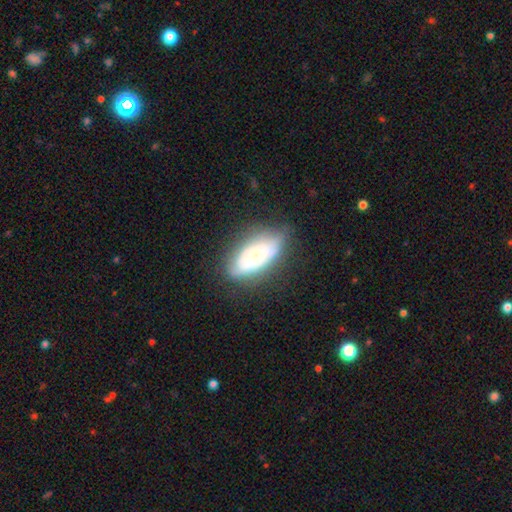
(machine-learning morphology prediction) smooth-or-featured: featured or disk: 50% | smooth: 43% | star or artifact: 7%
  merging: none: 68% | minor disturbance: 23% | major disturbance: 7% | merger: 2%